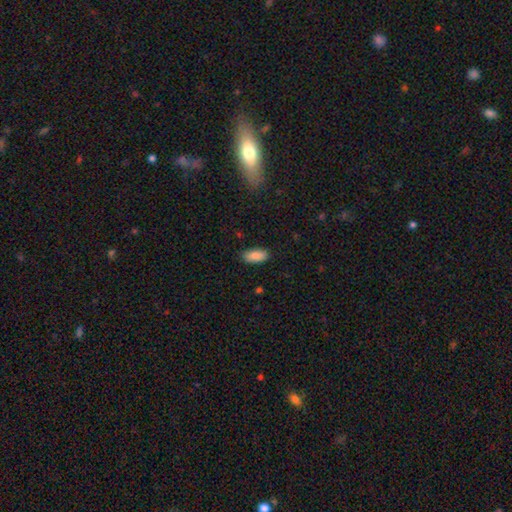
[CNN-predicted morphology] A smooth galaxy with no disk features (88%) that is in between round and cigar-shaped (89%).

Vote fractions:
- Smooth or featured? smooth: 88% / star or artifact: 7% / featured or disk: 6%
- How rounded? in between: 89% / cigar-shaped: 9% / round: 2%
- Merging? none: 87% / minor disturbance: 10% / major disturbance: 2% / merger: 1%